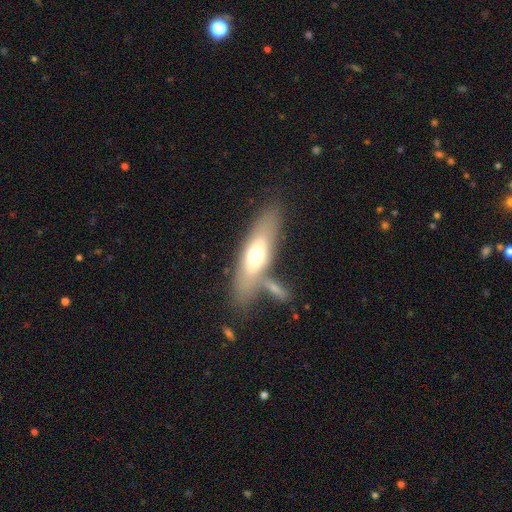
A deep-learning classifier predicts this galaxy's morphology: This is possibly a smooth galaxy (57%). How rounded: possibly in between (56%). Merging: possibly none (58%).